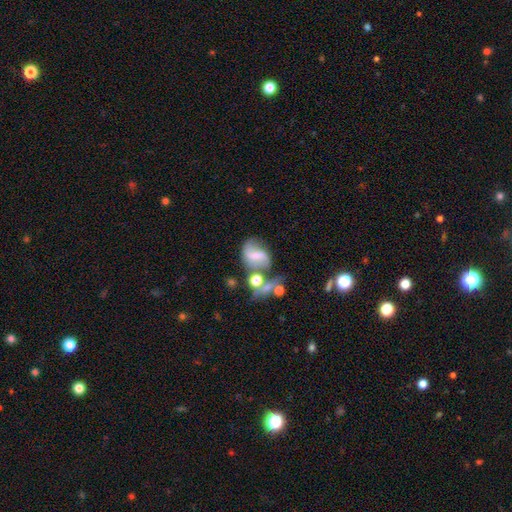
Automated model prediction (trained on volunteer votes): smooth-or-featured: featured or disk: 62% | smooth: 27% | star or artifact: 11%
  disk-edge-on: no: 96% | yes: 4%
    bar: weak: 42% | strong: 34% | no: 24%
    has-spiral-arms: yes: 81% | no: 19%
    bulge-size: small: 55% | moderate: 31% | none: 10% | large: 3% | dominant: 1%
  merging: none: 45% | merger: 24% | minor disturbance: 19% | major disturbance: 13%